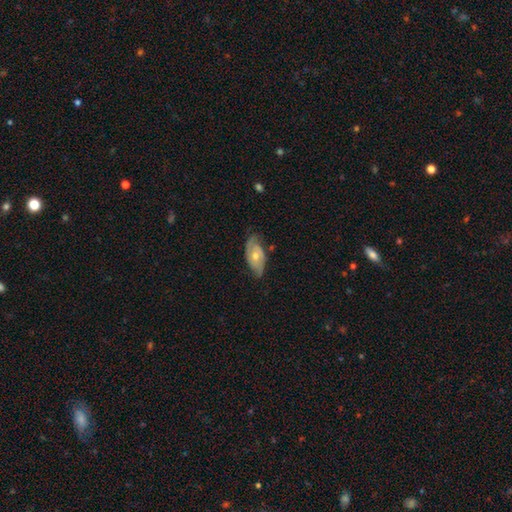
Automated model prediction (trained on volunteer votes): featured or disk 65%, smooth 29%, star or artifact 6%. Down the decision tree: edge-on disk — no (91%); bar — no (72%); spiral arms — yes (80%); bulge size — moderate (62%); merging — none (63%).